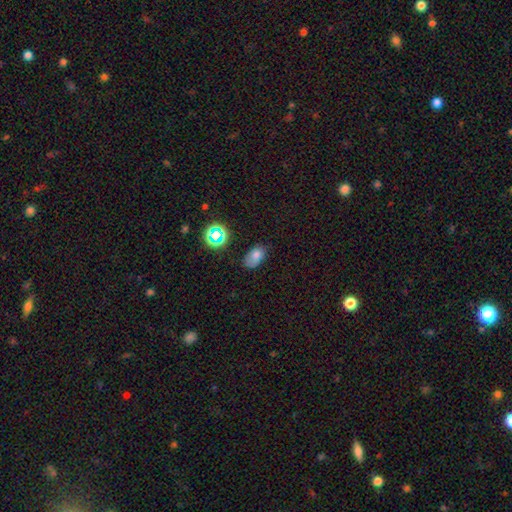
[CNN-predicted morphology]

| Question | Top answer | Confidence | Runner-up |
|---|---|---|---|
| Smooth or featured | smooth | 73% | star or artifact (16%) |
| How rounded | in between | 87% | round (11%) |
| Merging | none | 57% | minor disturbance (31%) |